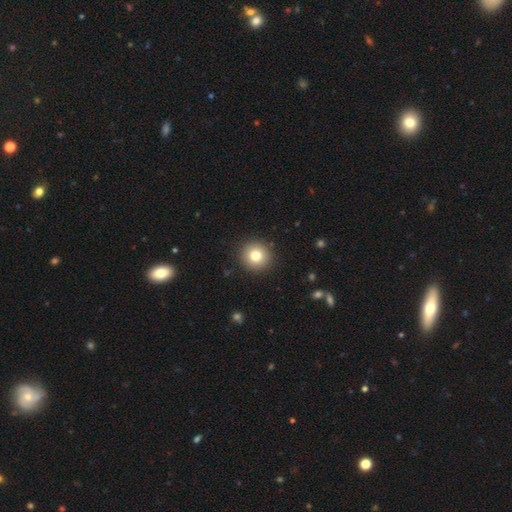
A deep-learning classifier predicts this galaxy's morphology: Q: Smooth or featured?
A: smooth (79%); runner-up: star or artifact (11%)
Q: How rounded?
A: round (94%); runner-up: in between (5%)
Q: Merging?
A: none (91%); runner-up: minor disturbance (6%)